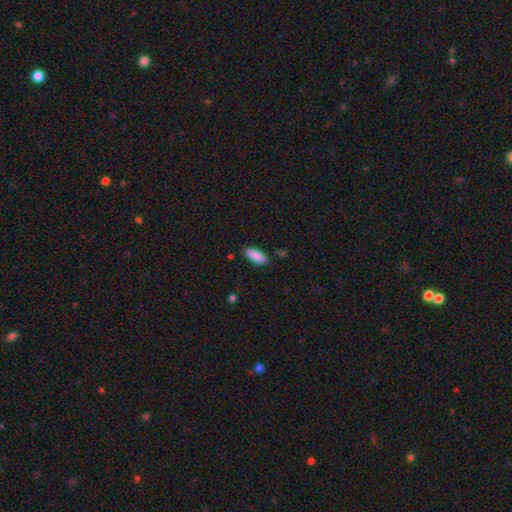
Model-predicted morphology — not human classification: type=smooth (89%); roundness=in between (82%); merging=none (85%).